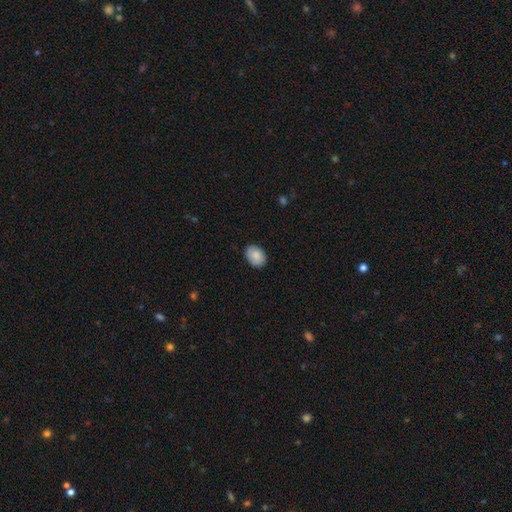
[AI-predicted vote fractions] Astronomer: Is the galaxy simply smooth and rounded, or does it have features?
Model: smooth — 87%.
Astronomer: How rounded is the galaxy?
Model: in between — 69%.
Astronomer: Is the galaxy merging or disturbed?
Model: none — 86%.